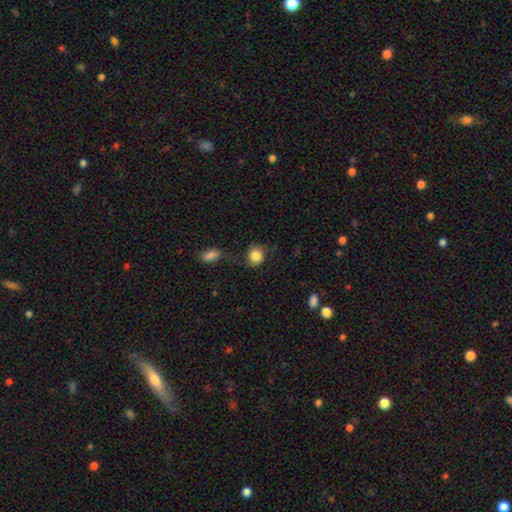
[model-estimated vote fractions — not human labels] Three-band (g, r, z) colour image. It shows a smooth galaxy with no disk features (85%) that is round (81%). Merging: none (67%).